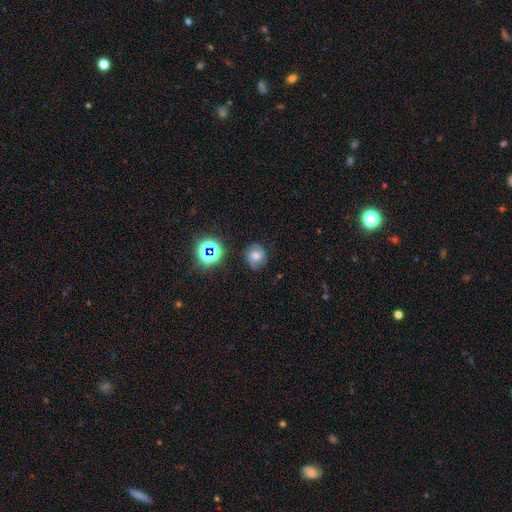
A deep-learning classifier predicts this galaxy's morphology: Smooth or featured: featured or disk — 41% (smooth — 38%)
Merging: none — 79% (minor disturbance — 15%)